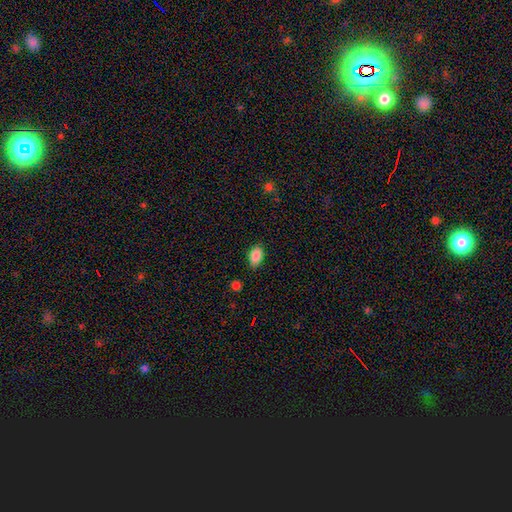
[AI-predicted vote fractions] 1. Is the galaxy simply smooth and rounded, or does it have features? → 87% smooth, 8% star or artifact, 5% featured or disk.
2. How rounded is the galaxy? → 90% in between, 8% round, 2% cigar-shaped.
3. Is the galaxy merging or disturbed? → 82% none, 14% minor disturbance, 3% major disturbance, 1% merger.